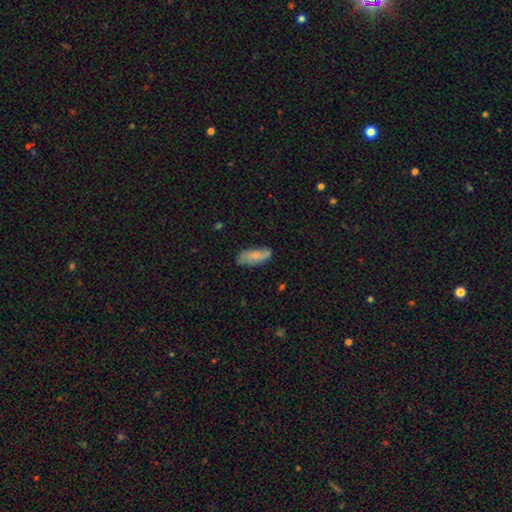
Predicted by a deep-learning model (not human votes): smooth_or_featured: smooth (p=0.70) [alt: featured or disk p=0.24]
how_rounded: in between (p=0.75) [alt: cigar-shaped p=0.23]
merging: none (p=0.65) [alt: minor disturbance p=0.26]